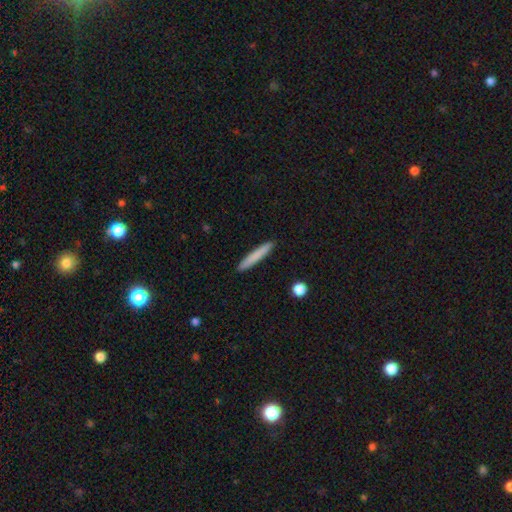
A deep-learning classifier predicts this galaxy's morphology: Overall: smooth (79%). How rounded: cigar-shaped (95%). Merging: none (92%).